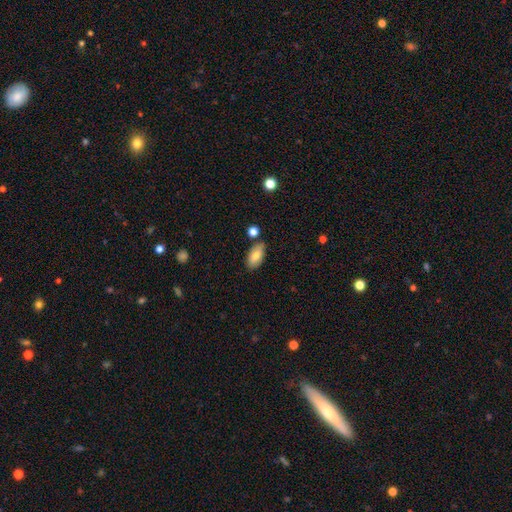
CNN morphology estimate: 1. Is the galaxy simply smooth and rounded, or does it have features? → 78% smooth, 14% featured or disk, 7% star or artifact.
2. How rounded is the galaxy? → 92% in between, 5% cigar-shaped, 3% round.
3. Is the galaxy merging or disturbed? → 80% none, 13% minor disturbance, 5% merger, 2% major disturbance.